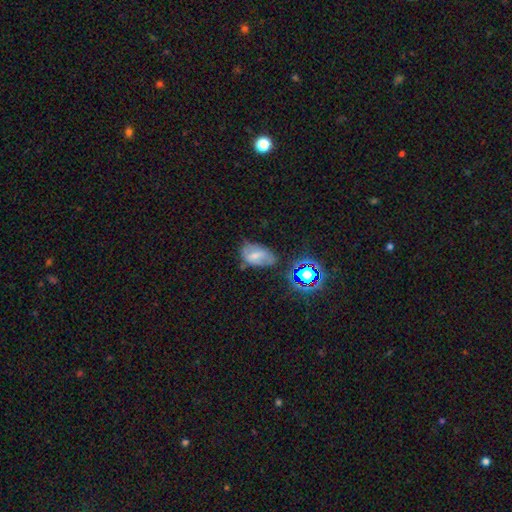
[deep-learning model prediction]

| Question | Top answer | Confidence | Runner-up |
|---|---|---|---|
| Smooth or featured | smooth | 52% | featured or disk (34%) |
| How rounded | in between | 88% | round (9%) |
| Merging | none | 49% | minor disturbance (33%) |